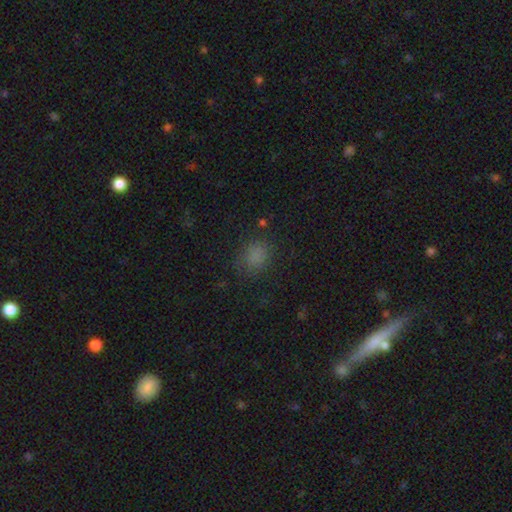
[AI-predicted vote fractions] smooth_or_featured: smooth (p=0.80) [alt: star or artifact p=0.16]
how_rounded: round (p=0.58) [alt: in between p=0.40]
merging: none (p=0.78) [alt: minor disturbance p=0.15]